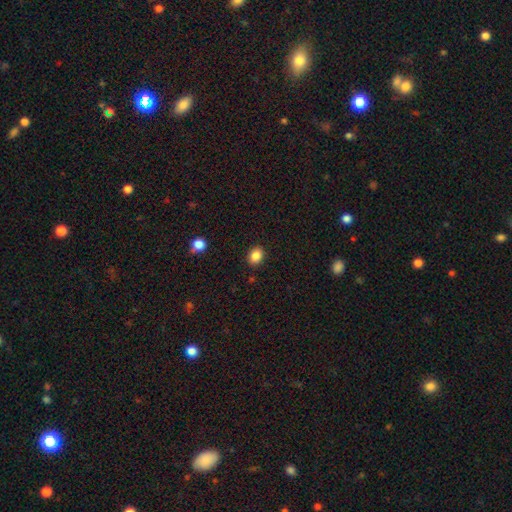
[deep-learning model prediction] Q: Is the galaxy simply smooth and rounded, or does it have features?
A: smooth — 87%.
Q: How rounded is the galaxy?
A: in between — 56%.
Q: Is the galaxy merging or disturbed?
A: none — 88%.